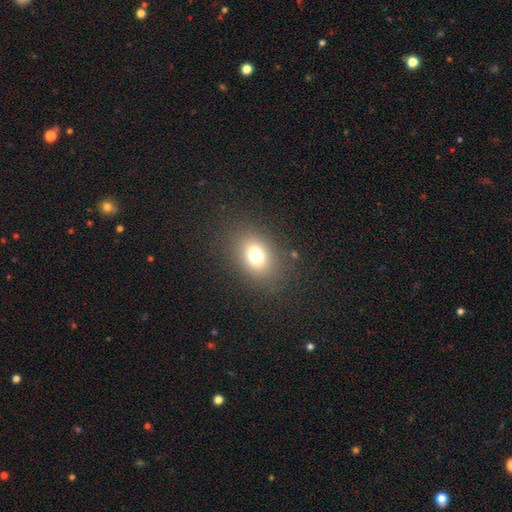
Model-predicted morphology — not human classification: Smooth or featured? smooth (75%)
How rounded? in between (65%)
Merging? none (83%)